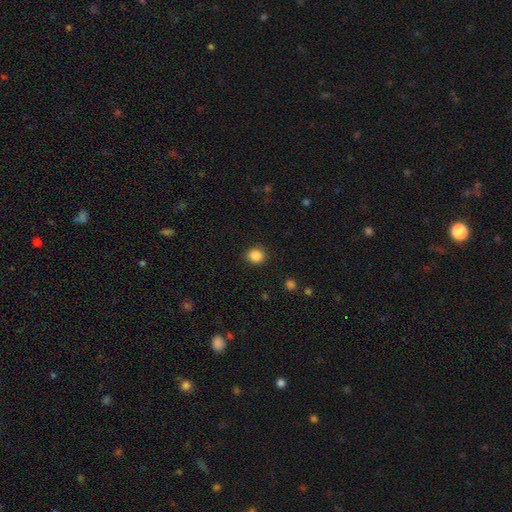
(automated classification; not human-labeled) A smooth galaxy with no disk features (87%) that is round (74%). Merging: none (88%).